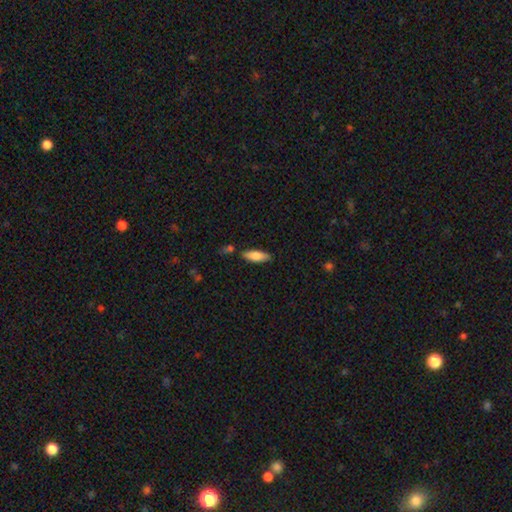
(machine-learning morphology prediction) Smooth or featured?
  - smooth: 80% *
  - featured or disk: 14%
  - star or artifact: 6%
How rounded?
  - in between: 63% *
  - cigar-shaped: 35%
  - round: 2%
Merging?
  - none: 78% *
  - minor disturbance: 13%
  - merger: 6%
  - major disturbance: 3%